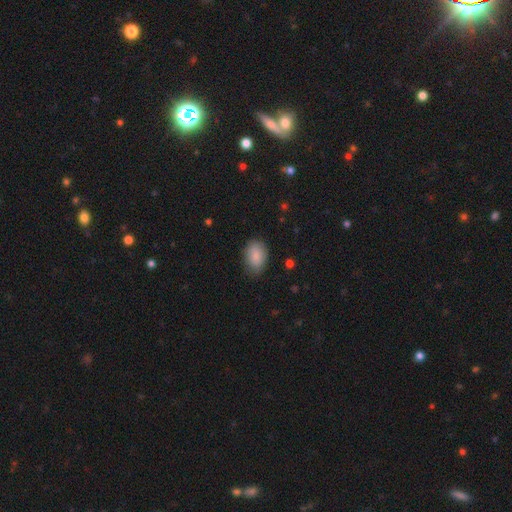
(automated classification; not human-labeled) Overall: smooth (87%). How rounded: in between (86%). Merging: none (76%).